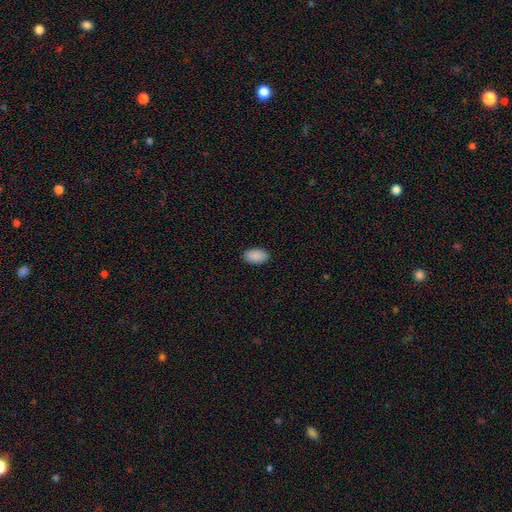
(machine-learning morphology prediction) type=smooth (90%); roundness=in between (94%); merging=none (88%).